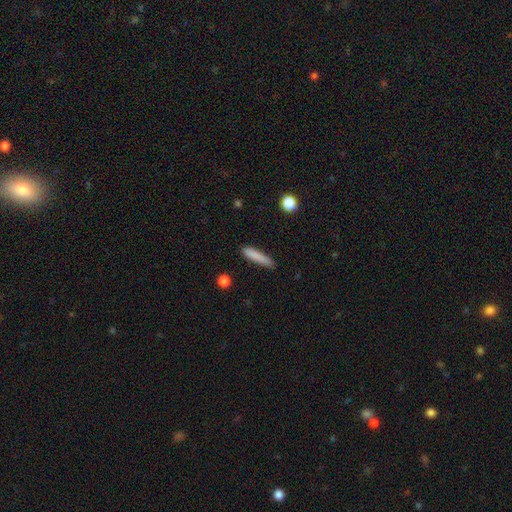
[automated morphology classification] The model was most divided on "merging": none: 83%, minor disturbance: 13%, major disturbance: 2%, merger: 2%. More confident: how rounded — cigar-shaped (89%); smooth or featured — smooth (83%).